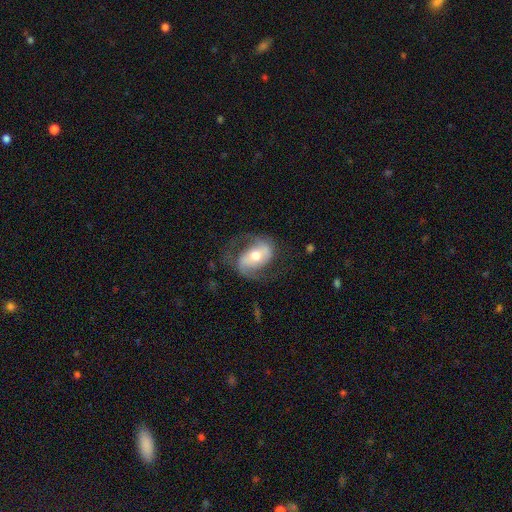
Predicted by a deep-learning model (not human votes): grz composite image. It shows a featured or disk galaxy (72%) with a strong bar (36%), 2 (87%) medium (47%) spiral arms (85%) and a moderate central bulge (68%). Merging: none (63%).